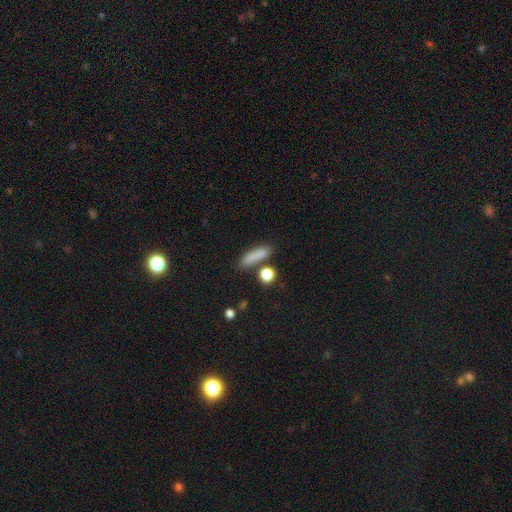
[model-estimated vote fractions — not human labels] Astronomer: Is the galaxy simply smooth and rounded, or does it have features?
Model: smooth — 82%.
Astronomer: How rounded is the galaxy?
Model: cigar-shaped — 64%.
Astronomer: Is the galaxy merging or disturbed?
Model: none — 73%.